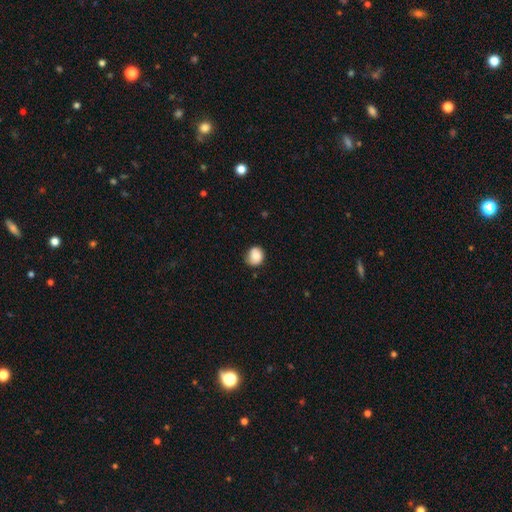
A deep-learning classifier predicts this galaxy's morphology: type=smooth (84%); roundness=round (75%); merging=none (69%).